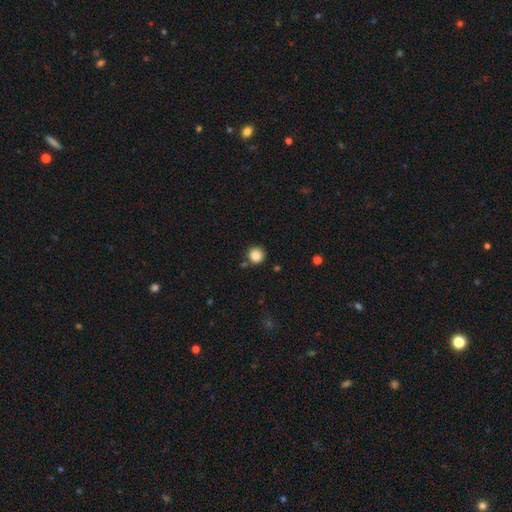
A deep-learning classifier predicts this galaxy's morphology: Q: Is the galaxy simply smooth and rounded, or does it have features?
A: smooth — 86%.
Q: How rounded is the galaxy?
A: round — 94%.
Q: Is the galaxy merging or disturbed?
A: none — 85%.